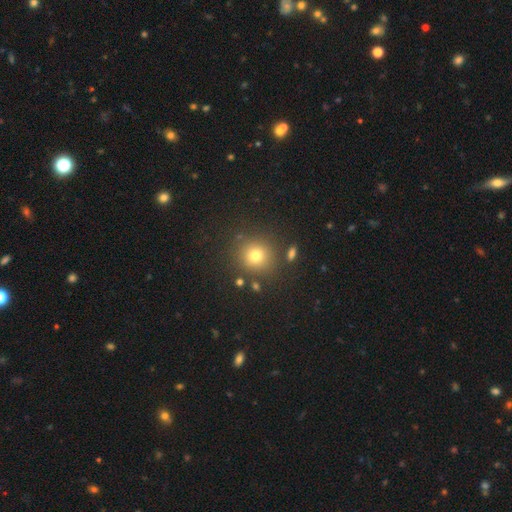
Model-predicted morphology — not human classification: Smooth or featured: smooth — 76% (star or artifact — 16%)
How rounded: round — 89% (in between — 10%)
Merging: none — 84% (minor disturbance — 8%)